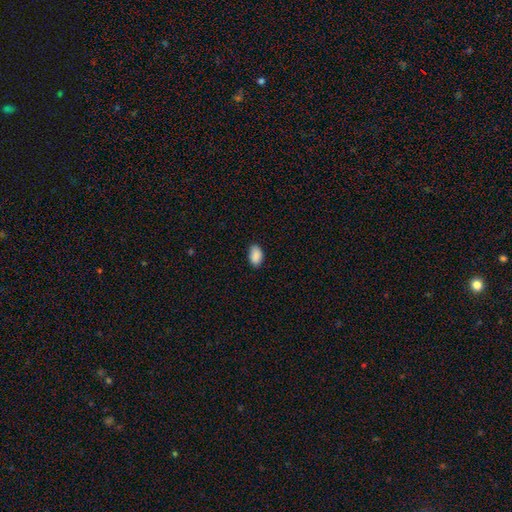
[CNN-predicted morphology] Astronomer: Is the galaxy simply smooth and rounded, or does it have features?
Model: smooth — 90%.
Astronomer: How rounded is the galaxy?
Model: in between — 92%.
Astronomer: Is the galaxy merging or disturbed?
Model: none — 84%.